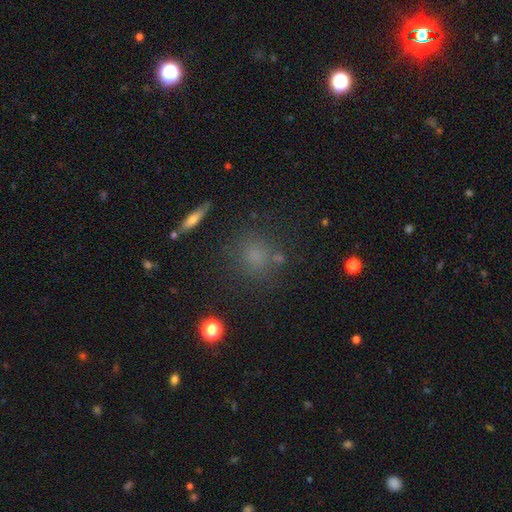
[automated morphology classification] Overall: smooth (66%). How rounded: round (81%). Merging: none (76%).